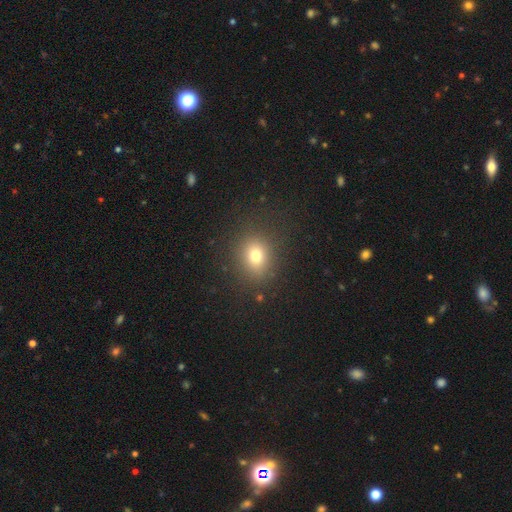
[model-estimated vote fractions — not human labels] Smooth or featured?
  - smooth: 75% *
  - star or artifact: 16%
  - featured or disk: 9%
How rounded?
  - round: 65% *
  - in between: 34%
  - cigar-shaped: 1%
Merging?
  - none: 85% *
  - minor disturbance: 9%
  - major disturbance: 5%
  - merger: 1%